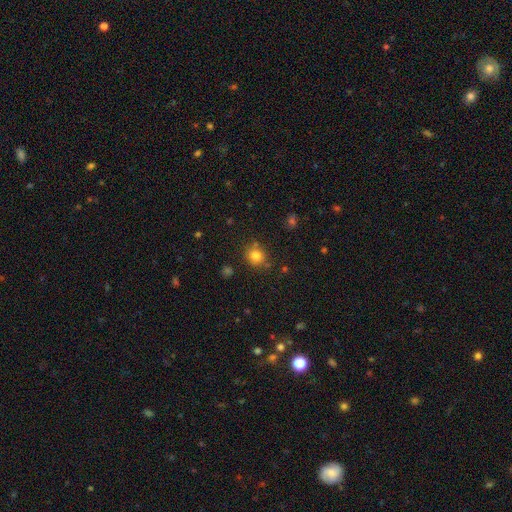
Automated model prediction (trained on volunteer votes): The model was most divided on "how rounded": round: 82%, in between: 17%, cigar-shaped: 1%. More confident: smooth or featured — smooth (80%); merging — none (78%).